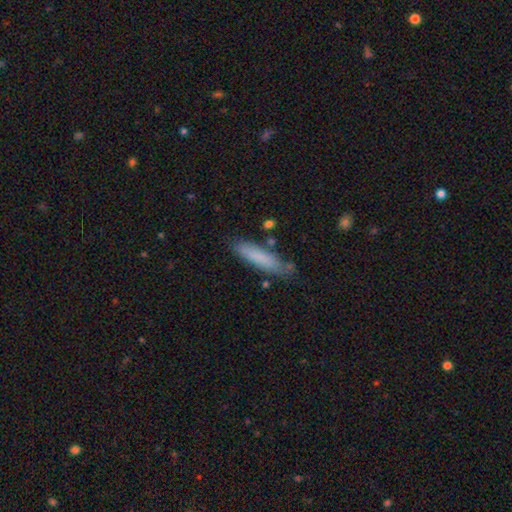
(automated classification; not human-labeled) Morphology: type=smooth (76%); roundness=cigar-shaped (83%); merging=none (76%).